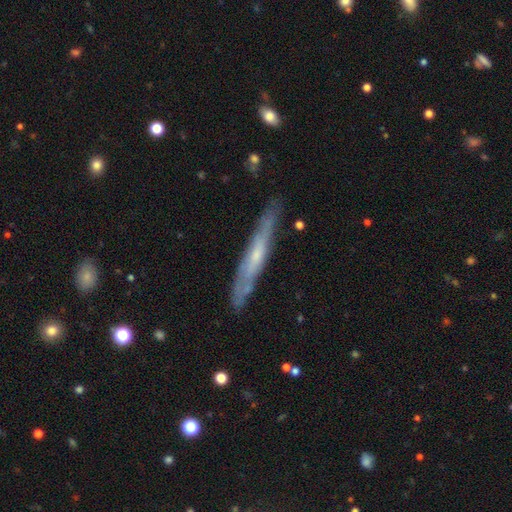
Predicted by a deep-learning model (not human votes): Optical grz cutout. It shows a featured or disk galaxy (62%) viewed edge-on (82%) with no central bulge (54%). Merging: none (81%).